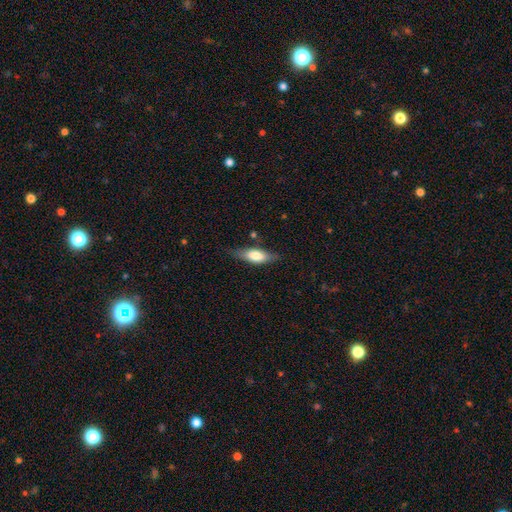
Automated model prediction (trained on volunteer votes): This is likely a smooth galaxy (62%). How rounded: likely in between (63%). Merging: likely none (75%).